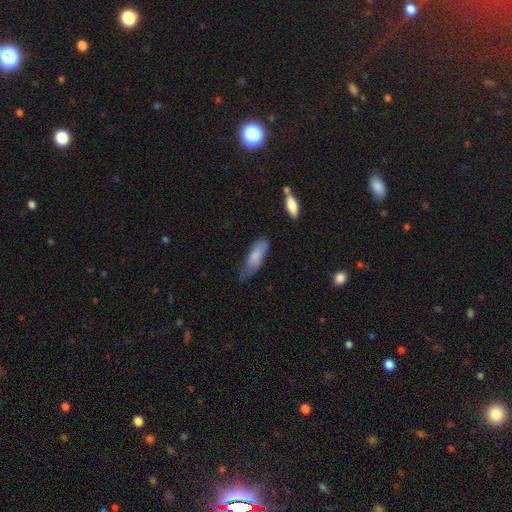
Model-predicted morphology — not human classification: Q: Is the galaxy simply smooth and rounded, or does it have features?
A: smooth — 78%.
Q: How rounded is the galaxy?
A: in between — 55%.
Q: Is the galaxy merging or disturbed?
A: none — 46%.